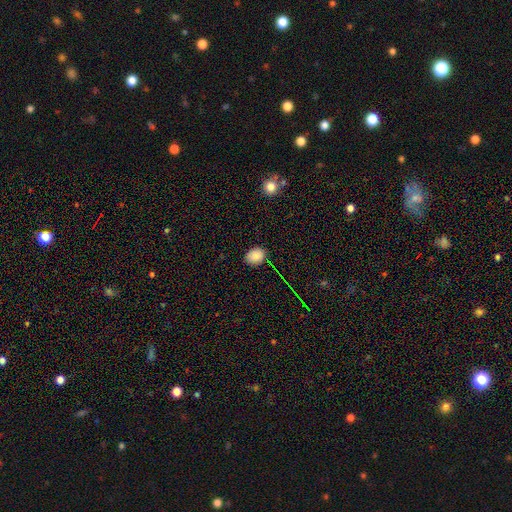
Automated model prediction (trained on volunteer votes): smooth-or-featured: smooth: 83% | star or artifact: 12% | featured or disk: 5%
  how-rounded: in between: 67% | round: 32% | cigar-shaped: 1%
  merging: none: 85% | minor disturbance: 11% | major disturbance: 2% | merger: 1%